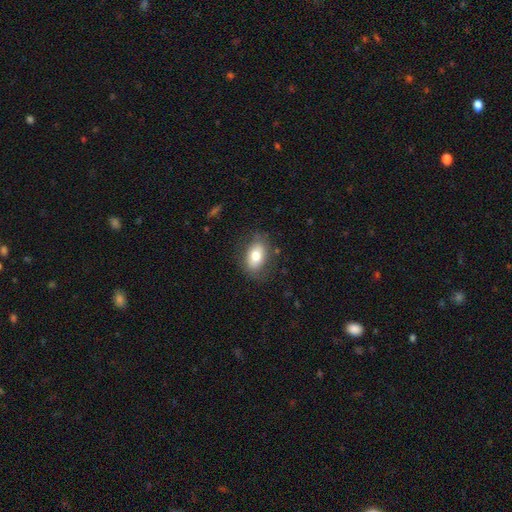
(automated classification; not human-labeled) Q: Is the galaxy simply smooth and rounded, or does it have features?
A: smooth — 75%.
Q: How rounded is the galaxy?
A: in between — 86%.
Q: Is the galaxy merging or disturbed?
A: none — 76%.